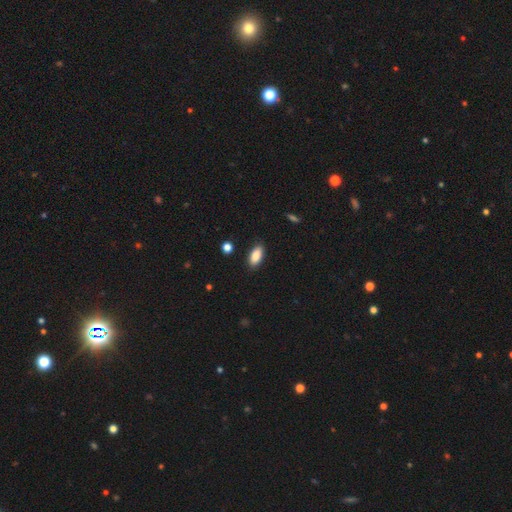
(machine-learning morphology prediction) Smooth or featured: smooth — 88% (star or artifact — 7%)
How rounded: in between — 88% (cigar-shaped — 10%)
Merging: none — 86% (minor disturbance — 10%)